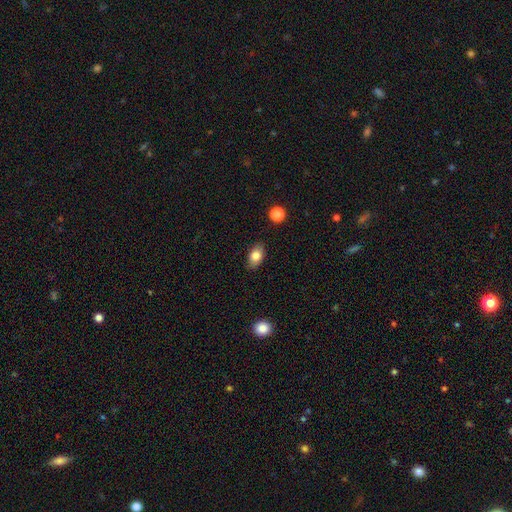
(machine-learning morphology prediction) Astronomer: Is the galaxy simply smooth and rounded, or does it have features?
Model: smooth — 82%.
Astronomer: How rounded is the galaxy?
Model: in between — 87%.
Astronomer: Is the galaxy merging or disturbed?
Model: none — 85%.